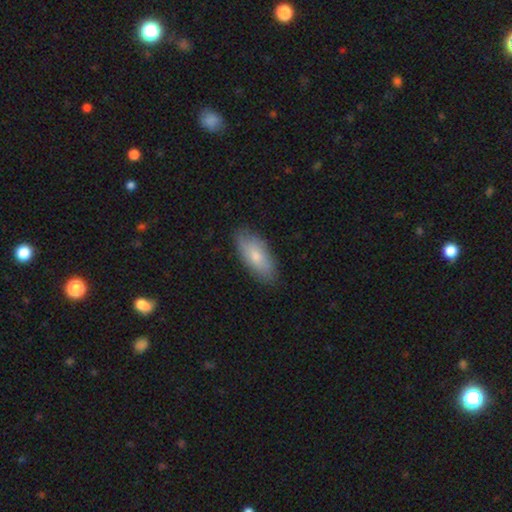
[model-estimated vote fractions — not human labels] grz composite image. It shows a smooth galaxy with no disk features (75%) that is in between round and cigar-shaped (85%). Merging: none (83%).